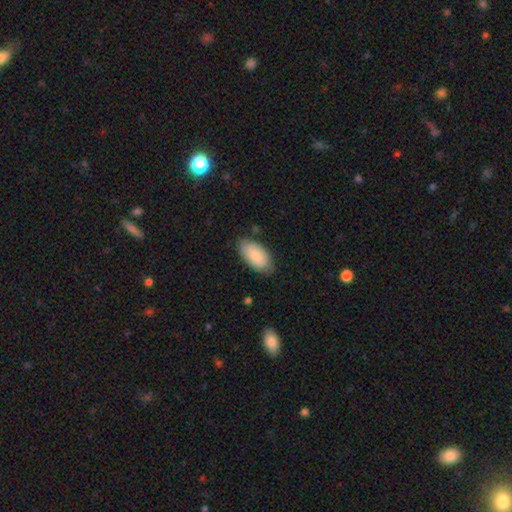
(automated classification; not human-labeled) smooth 83%, featured or disk 12%, star or artifact 6%. Down the decision tree: how rounded — in between (95%); merging — none (76%).